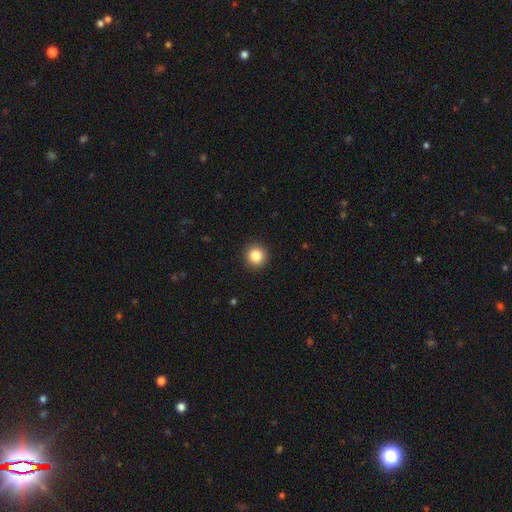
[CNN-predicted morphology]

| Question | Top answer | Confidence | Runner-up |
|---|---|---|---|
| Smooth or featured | smooth | 85% | star or artifact (10%) |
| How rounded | round | 94% | in between (5%) |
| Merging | none | 92% | minor disturbance (5%) |